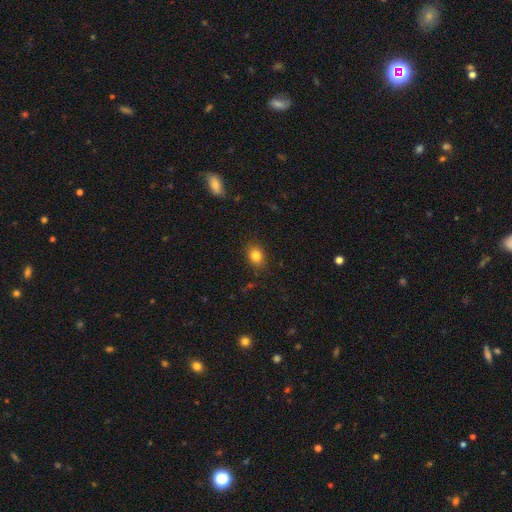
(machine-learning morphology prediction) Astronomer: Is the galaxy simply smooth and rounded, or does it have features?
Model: smooth — 83%.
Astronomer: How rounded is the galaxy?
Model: in between — 63%.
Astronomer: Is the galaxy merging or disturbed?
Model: none — 85%.